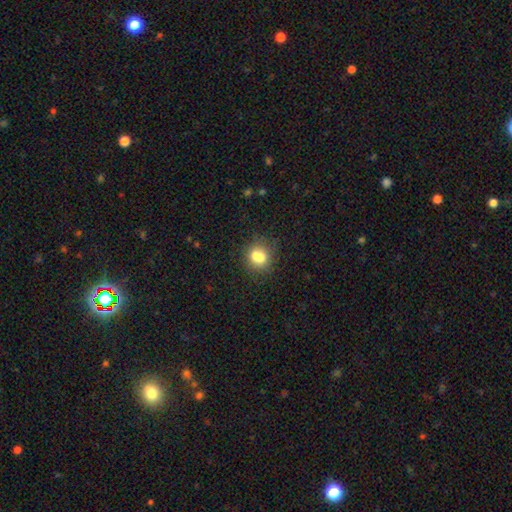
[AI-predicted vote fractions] smooth-or-featured: smooth: 72% | featured or disk: 16% | star or artifact: 11%
  how-rounded: round: 72% | in between: 27% | cigar-shaped: 1%
  merging: none: 51% | merger: 32% | minor disturbance: 13% | major disturbance: 5%